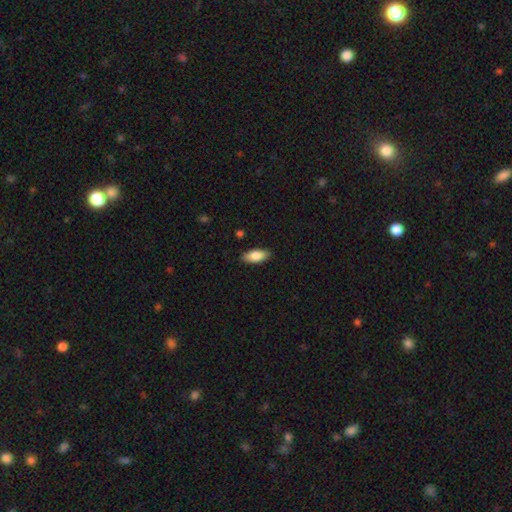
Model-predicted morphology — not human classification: Smooth or featured?
  - smooth: 83% *
  - featured or disk: 11%
  - star or artifact: 6%
How rounded?
  - in between: 86% *
  - cigar-shaped: 12%
  - round: 2%
Merging?
  - none: 88% *
  - minor disturbance: 9%
  - major disturbance: 2%
  - merger: 1%